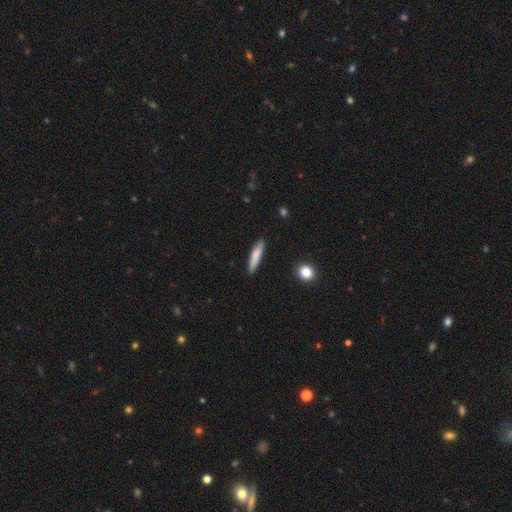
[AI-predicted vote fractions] smooth-or-featured: smooth: 78% | featured or disk: 16% | star or artifact: 6%
  how-rounded: cigar-shaped: 85% | in between: 14% | round: 2%
  merging: none: 86% | minor disturbance: 11% | major disturbance: 2% | merger: 1%